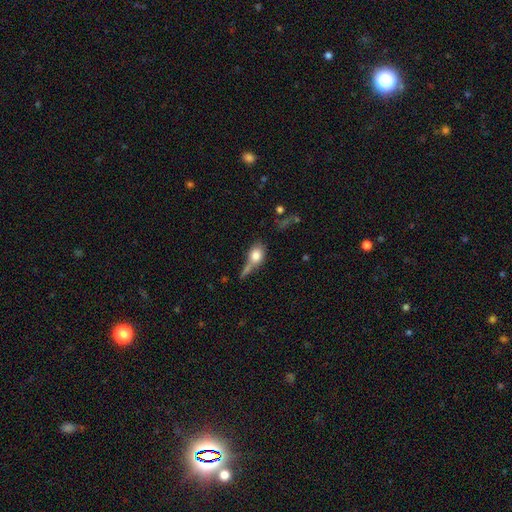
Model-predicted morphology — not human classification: Q: Smooth or featured?
A: smooth (75%); runner-up: featured or disk (17%)
Q: How rounded?
A: in between (60%); runner-up: round (34%)
Q: Merging?
A: none (33%); runner-up: merger (32%)